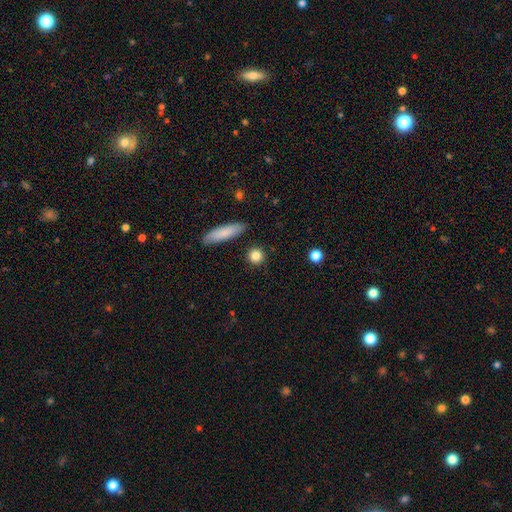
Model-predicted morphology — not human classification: type=smooth (84%); roundness=round (84%); merging=none (89%).